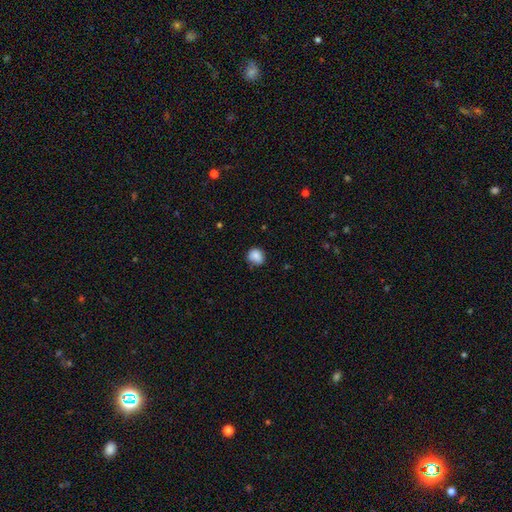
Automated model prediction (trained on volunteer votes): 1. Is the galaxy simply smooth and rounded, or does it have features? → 84% smooth, 9% star or artifact, 7% featured or disk.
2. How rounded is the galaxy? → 71% round, 28% in between, 1% cigar-shaped.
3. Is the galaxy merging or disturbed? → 64% none, 27% minor disturbance, 5% major disturbance, 3% merger.